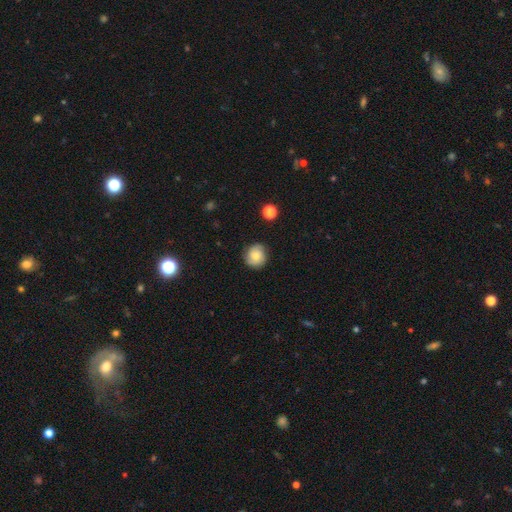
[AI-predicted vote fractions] Morphology: type=smooth (62%); roundness=round (86%); merging=none (82%).